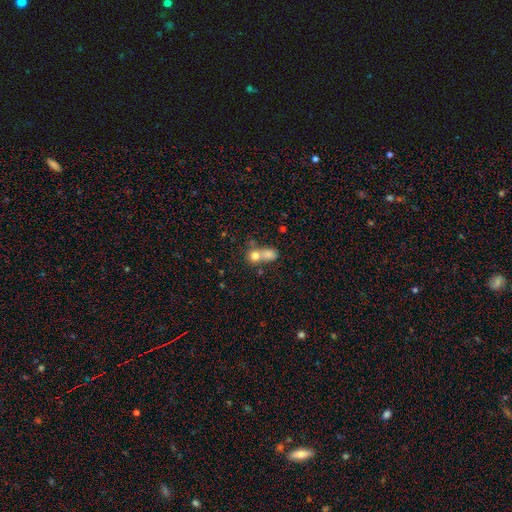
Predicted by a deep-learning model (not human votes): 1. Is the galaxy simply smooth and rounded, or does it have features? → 75% smooth, 14% featured or disk, 11% star or artifact.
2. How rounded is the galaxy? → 72% round, 26% in between, 1% cigar-shaped.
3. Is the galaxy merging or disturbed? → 63% merger, 27% none, 6% minor disturbance, 4% major disturbance.